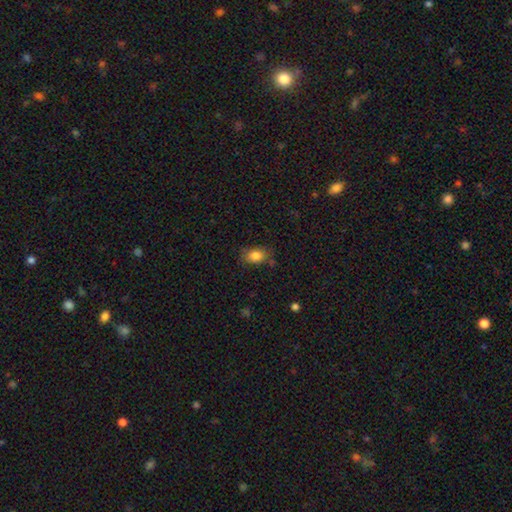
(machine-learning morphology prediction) Smooth or featured?
  - smooth: 84% *
  - star or artifact: 9%
  - featured or disk: 7%
How rounded?
  - in between: 81% *
  - round: 18%
  - cigar-shaped: 2%
Merging?
  - none: 74% *
  - minor disturbance: 18%
  - major disturbance: 5%
  - merger: 3%